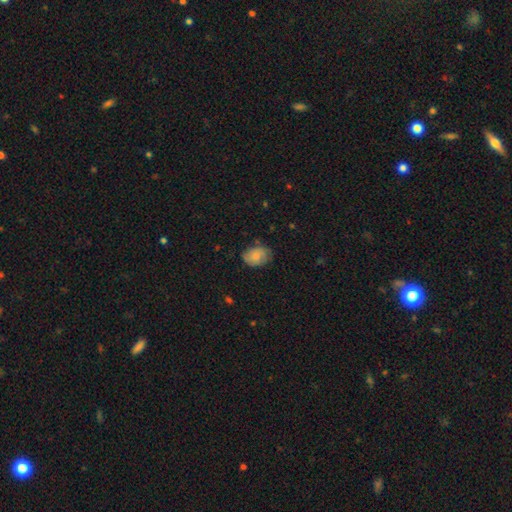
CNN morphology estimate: smooth_or_featured: smooth (p=0.78) [alt: featured or disk p=0.14]
how_rounded: in between (p=0.73) [alt: round p=0.26]
merging: none (p=0.71) [alt: minor disturbance p=0.23]